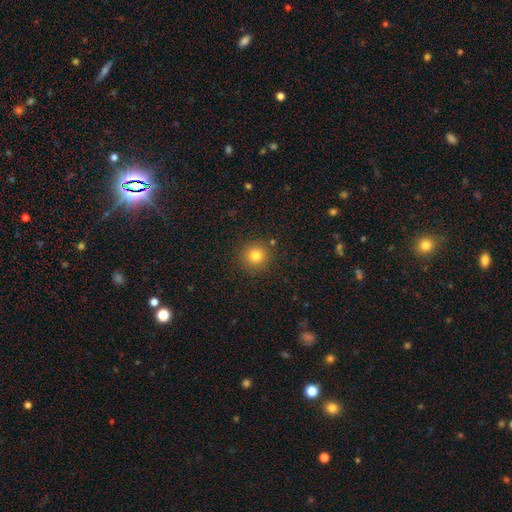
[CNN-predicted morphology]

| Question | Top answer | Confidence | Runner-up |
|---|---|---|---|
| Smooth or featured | smooth | 81% | star or artifact (13%) |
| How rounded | round | 92% | in between (7%) |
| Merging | none | 87% | minor disturbance (8%) |